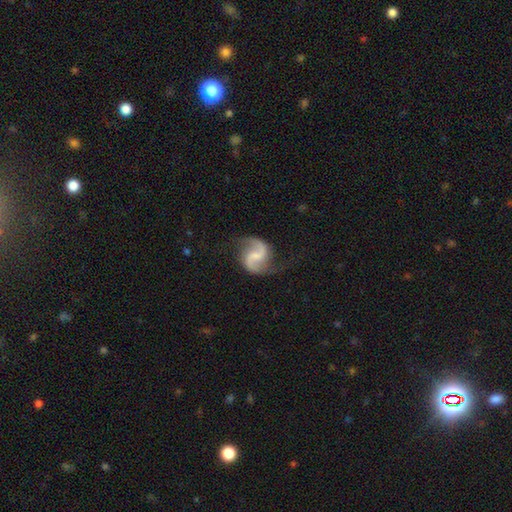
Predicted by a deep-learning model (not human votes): The model was most divided on "spiral winding": loose: 53%, medium: 39%, tight: 8%. Remaining: edge-on disk — no (98%); spiral arms — yes (98%); spiral arm count — 2 (94%); smooth or featured — featured or disk (89%); merging — none (74%); bar — weak (51%); bulge size — none (45%).